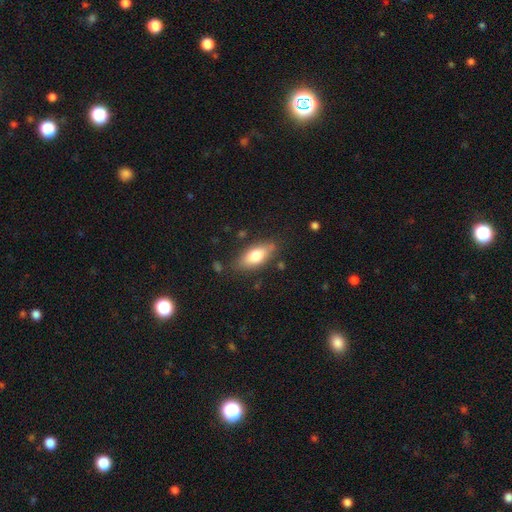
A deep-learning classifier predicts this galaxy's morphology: A smooth galaxy with no disk features (71%) that is in between round and cigar-shaped (77%). Merging: none (79%).